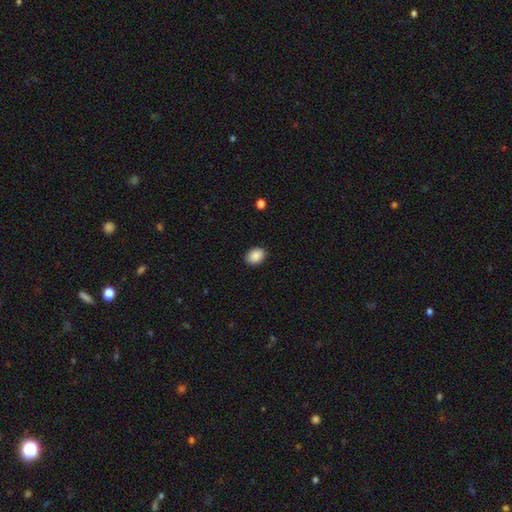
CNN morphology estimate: This appears to be a smooth galaxy with no disk features (89%) that is in between round and cigar-shaped (74%). Merging: none (89%).